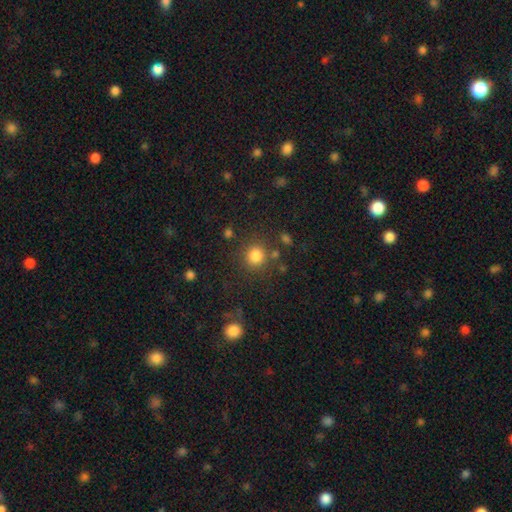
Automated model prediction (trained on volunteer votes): Smooth or featured: smooth — 82% (star or artifact — 13%)
How rounded: round — 89% (in between — 10%)
Merging: none — 79% (minor disturbance — 10%)